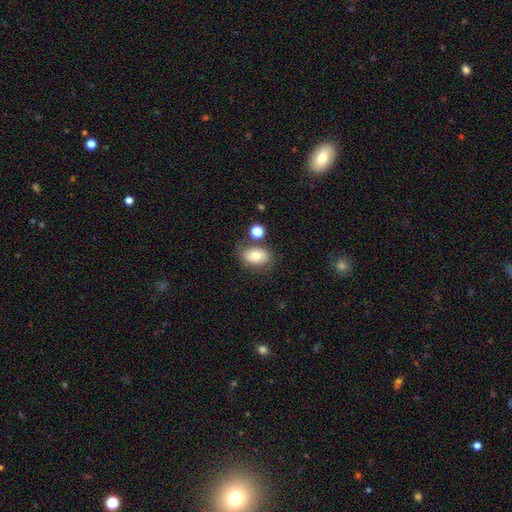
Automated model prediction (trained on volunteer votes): A smooth galaxy with no disk features (73%) that is in between round and cigar-shaped (83%). Merging: none (66%).